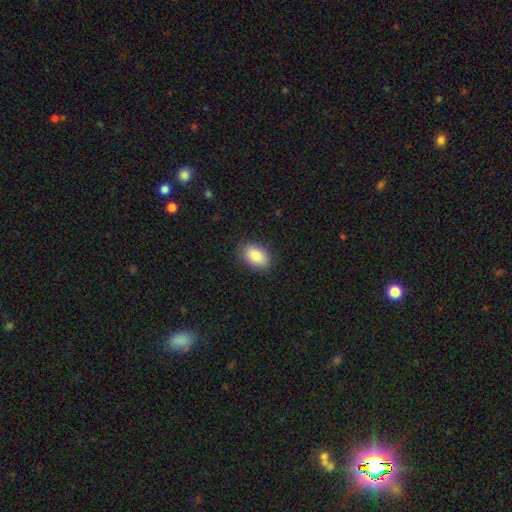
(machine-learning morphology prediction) type=smooth (88%); roundness=in between (90%); merging=none (86%).